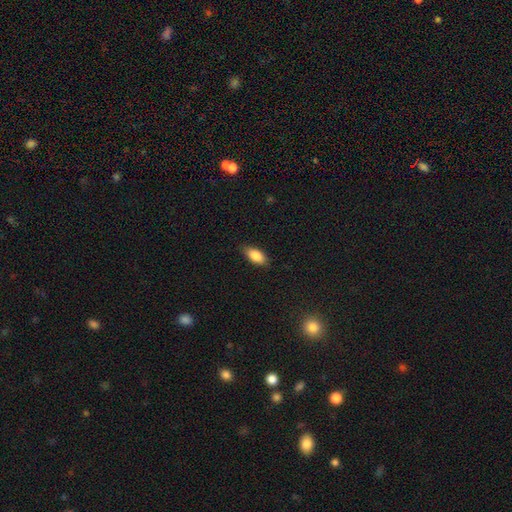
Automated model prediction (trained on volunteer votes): Smooth or featured? smooth (86%)
How rounded? in between (88%)
Merging? none (83%)